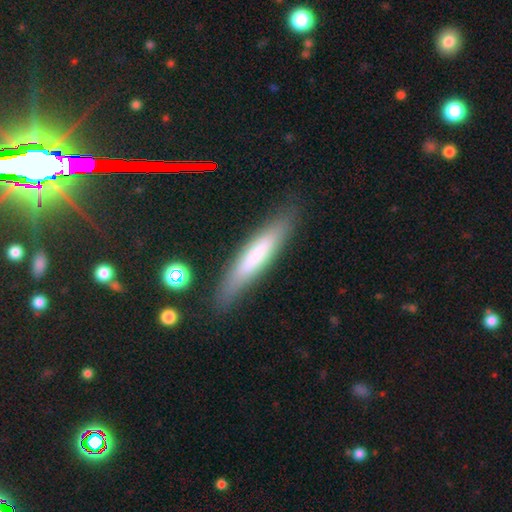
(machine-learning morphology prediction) A smooth galaxy with no disk features (68%) that is cigar-shaped (85%).

Vote fractions:
- Smooth or featured? smooth: 68% / featured or disk: 25% / star or artifact: 8%
- How rounded? cigar-shaped: 85% / in between: 13% / round: 1%
- Merging? none: 84% / minor disturbance: 11% / major disturbance: 3% / merger: 2%